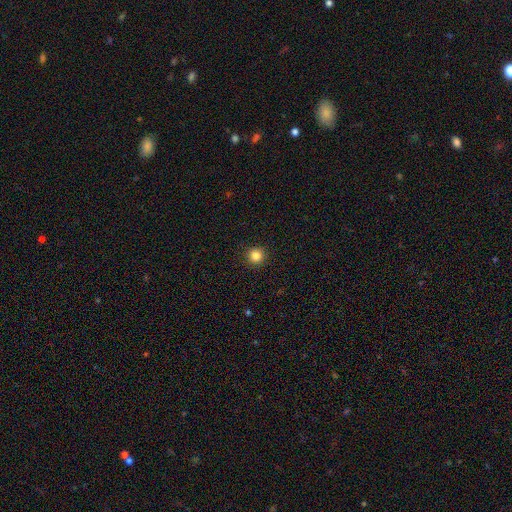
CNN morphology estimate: Overall: smooth (84%). How rounded: round (96%). Merging: none (93%).